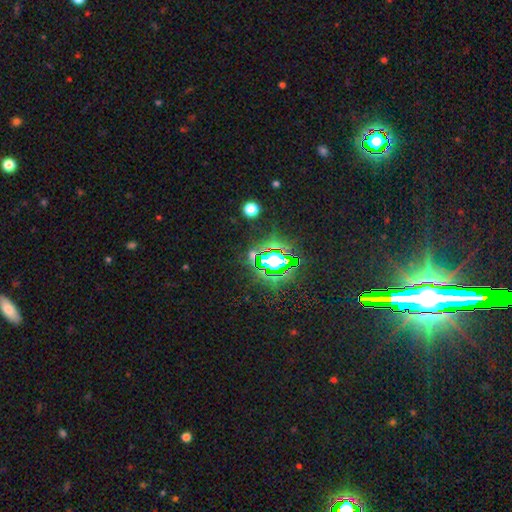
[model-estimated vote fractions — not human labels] This appears to be a star or artifact, not a galaxy (78%).